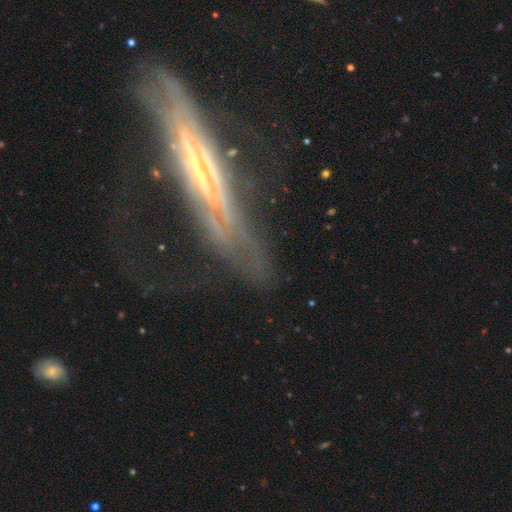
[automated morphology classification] Smooth or featured? featured or disk (77%)
Edge-on disk? yes (66%)
Edge-on bulge? none (49%)
Merging? none (55%)